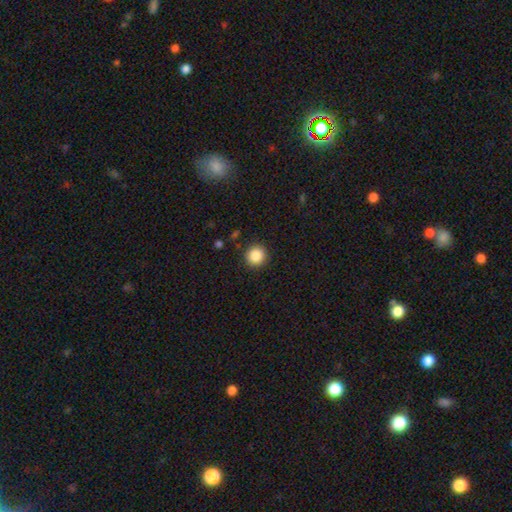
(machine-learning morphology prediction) Smooth or featured? smooth (87%)
How rounded? round (95%)
Merging? none (91%)